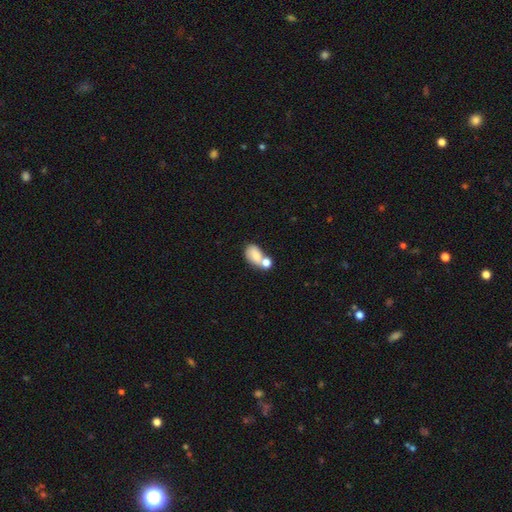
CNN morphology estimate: This appears to be a smooth galaxy with no disk features (75%) that is in between round and cigar-shaped (85%). Merging: merger (49%).